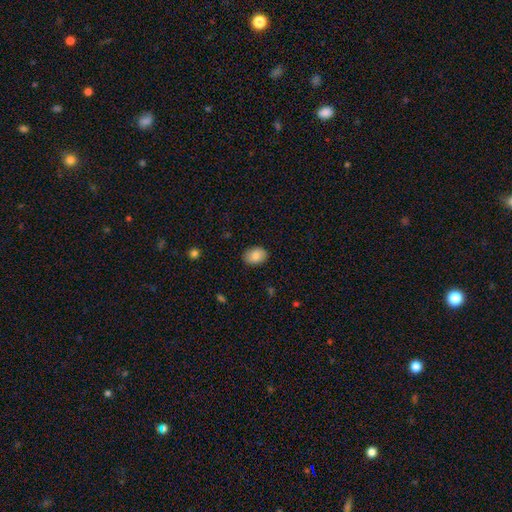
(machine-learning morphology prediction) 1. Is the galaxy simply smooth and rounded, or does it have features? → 85% smooth, 8% featured or disk, 7% star or artifact.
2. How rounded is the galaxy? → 75% in between, 24% round, 1% cigar-shaped.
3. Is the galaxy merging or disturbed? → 87% none, 10% minor disturbance, 2% major disturbance, 1% merger.